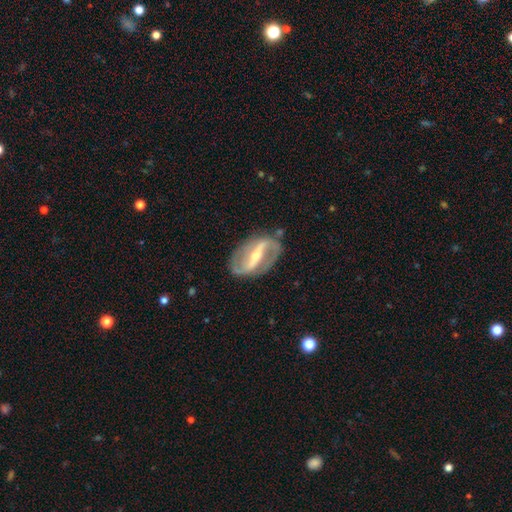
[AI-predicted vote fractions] Smooth or featured? Predicted: featured or disk (p=0.87). Edge-on disk? Predicted: no (p=0.93). Bar? Predicted: strong (p=0.74). Spiral arms? Predicted: yes (p=0.87). Spiral winding? Predicted: medium (p=0.41). Spiral arm count? Predicted: 2 (p=0.89). Bulge size? Predicted: small (p=0.49). Merging? Predicted: none (p=0.80).